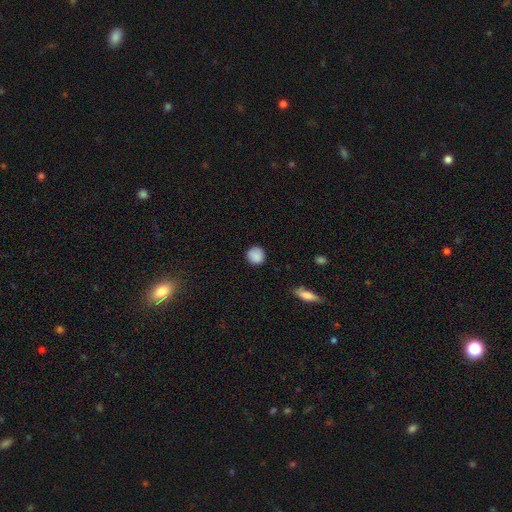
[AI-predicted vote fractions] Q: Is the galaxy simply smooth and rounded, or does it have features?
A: smooth — 88%.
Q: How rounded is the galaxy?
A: round — 92%.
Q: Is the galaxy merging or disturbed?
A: none — 87%.